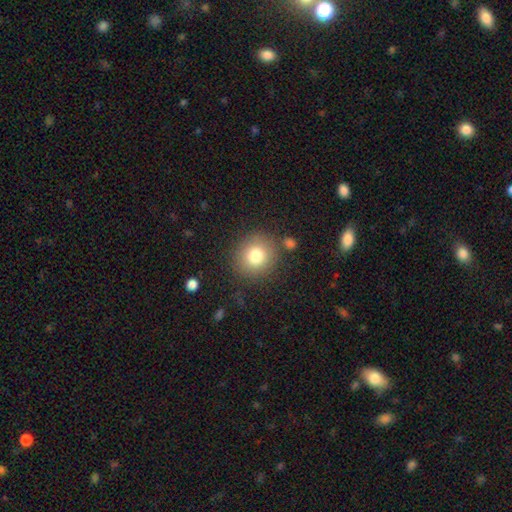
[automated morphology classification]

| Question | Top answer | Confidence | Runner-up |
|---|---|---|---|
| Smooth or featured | smooth | 79% | star or artifact (11%) |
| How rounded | round | 89% | in between (10%) |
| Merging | none | 82% | minor disturbance (10%) |